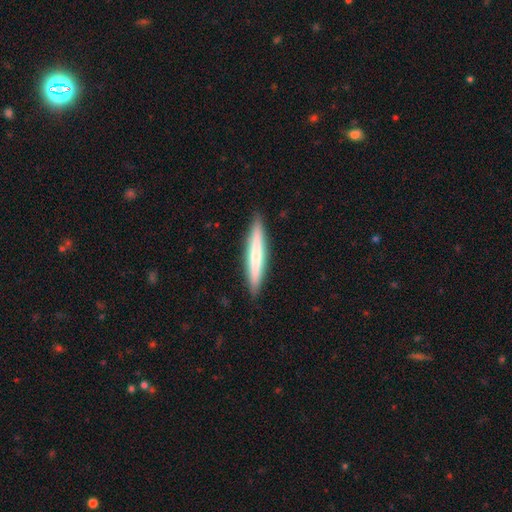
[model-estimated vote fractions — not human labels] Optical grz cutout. It shows a smooth galaxy with no disk features (60%) that is cigar-shaped (94%). Merging: none (91%).